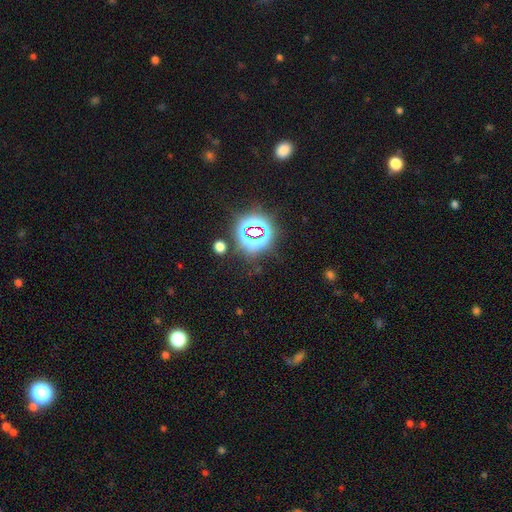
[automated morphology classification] type=star or artifact (80%).